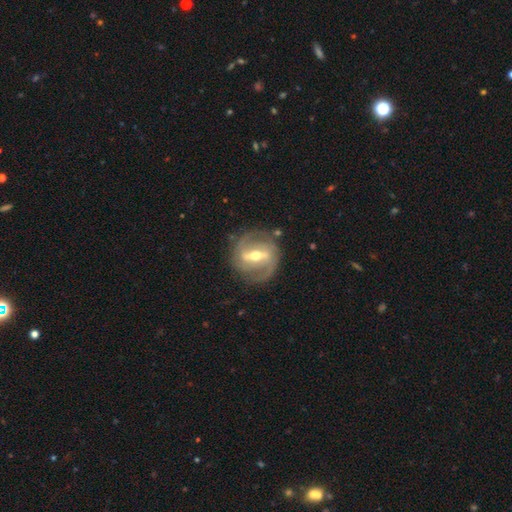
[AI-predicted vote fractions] Smooth or featured: featured or disk — 85% (smooth — 9%)
Edge-on disk: no — 93% (yes — 7%)
Bar: strong — 63% (weak — 29%)
Spiral arms: yes — 89% (no — 11%)
Spiral winding: medium — 44% (tight — 37%)
Spiral arm count: 2 — 77% (can't tell — 10%)
Bulge size: moderate — 66% (small — 28%)
Merging: none — 78% (minor disturbance — 14%)